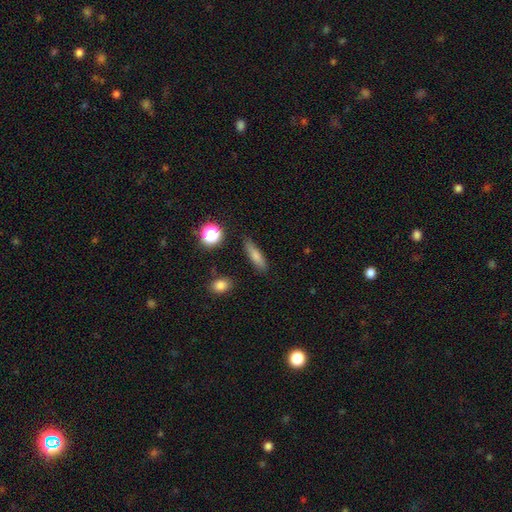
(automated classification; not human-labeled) smooth_or_featured: smooth (p=0.76) [alt: featured or disk p=0.13]
how_rounded: cigar-shaped (p=0.64) [alt: in between p=0.31]
merging: none (p=0.82) [alt: minor disturbance p=0.12]